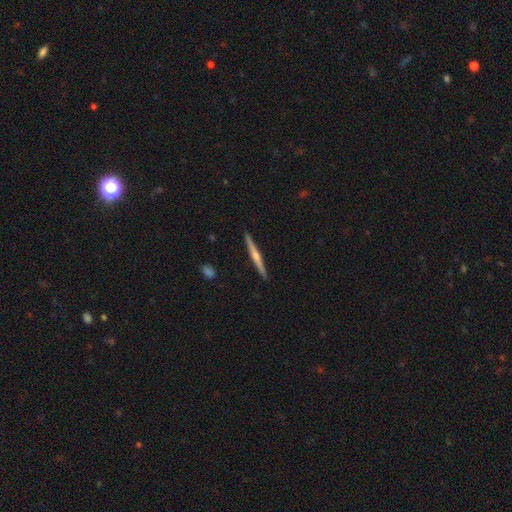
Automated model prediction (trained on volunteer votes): featured or disk 63%, smooth 32%, star or artifact 5%. Down the decision tree: edge-on disk — yes (98%); edge-on bulge — rounded (73%); merging — none (92%).